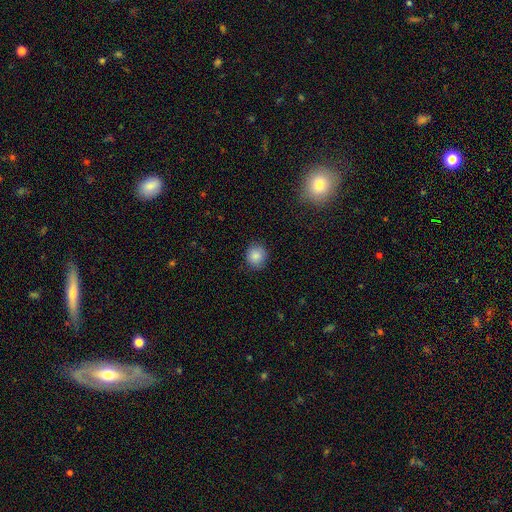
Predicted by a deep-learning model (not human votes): Smooth or featured?
  - smooth: 86% *
  - star or artifact: 9%
  - featured or disk: 5%
How rounded?
  - round: 82% *
  - in between: 17%
  - cigar-shaped: 1%
Merging?
  - none: 87% *
  - minor disturbance: 10%
  - major disturbance: 2%
  - merger: 1%